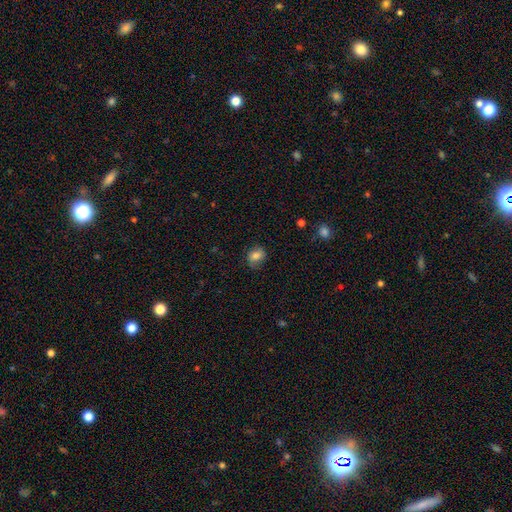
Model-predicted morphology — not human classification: A smooth galaxy with no disk features (79%) that is round (56%).

Vote fractions:
- Smooth or featured? smooth: 79% / featured or disk: 12% / star or artifact: 10%
- How rounded? round: 56% / in between: 43% / cigar-shaped: 1%
- Merging? none: 76% / minor disturbance: 18% / major disturbance: 5% / merger: 1%